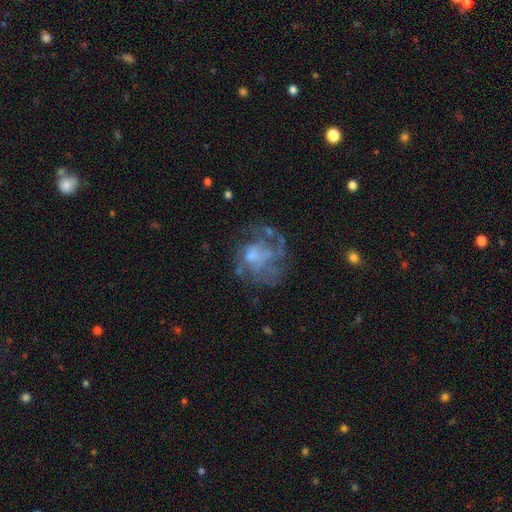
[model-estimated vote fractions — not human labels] Smooth or featured?
  - featured or disk: 64% *
  - smooth: 25%
  - star or artifact: 11%
Edge-on disk?
  - no: 98% *
  - yes: 2%
Bar?
  - no: 82% *
  - weak: 16%
  - strong: 2%
Spiral arms?
  - no: 51% *
  - yes: 49%
Bulge size?
  - none: 32% *
  - moderate: 30%
  - small: 30%
  - large: 6%
  - dominant: 2%
Merging?
  - none: 45% *
  - major disturbance: 32%
  - minor disturbance: 18%
  - merger: 4%